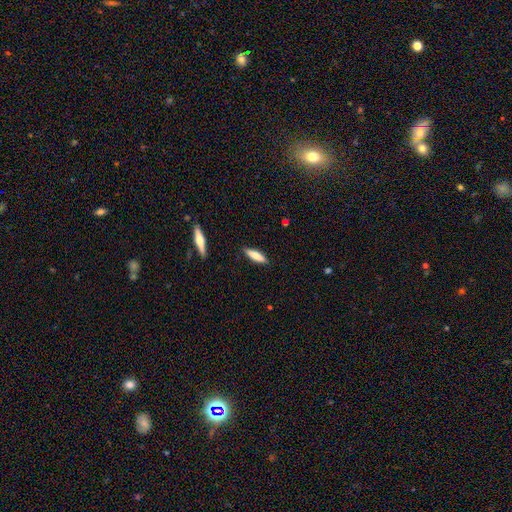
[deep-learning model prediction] The model was most divided on "how rounded": cigar-shaped: 72%, in between: 27%, round: 1%. More confident: merging — none (88%); smooth or featured — smooth (73%).